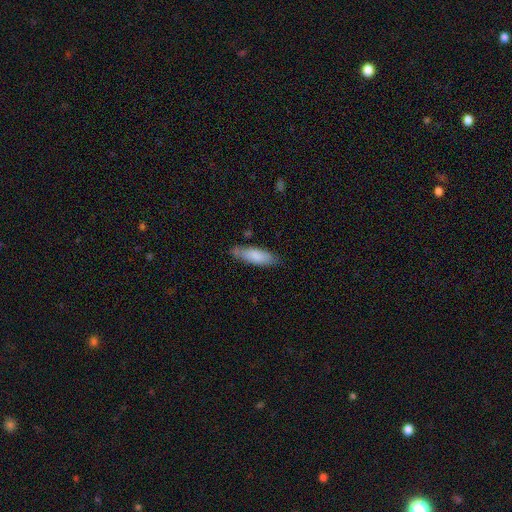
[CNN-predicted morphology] A smooth galaxy with no disk features (81%) that is in between round and cigar-shaped (52%). Merging: none (76%).